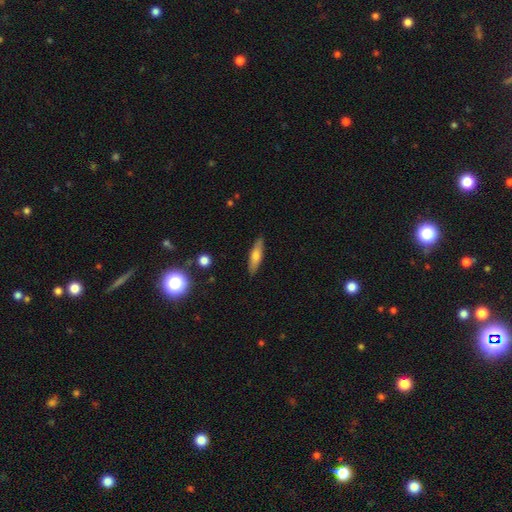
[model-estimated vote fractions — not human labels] Smooth or featured: smooth — 67% (featured or disk — 27%)
How rounded: cigar-shaped — 71% (in between — 27%)
Merging: none — 88% (minor disturbance — 9%)